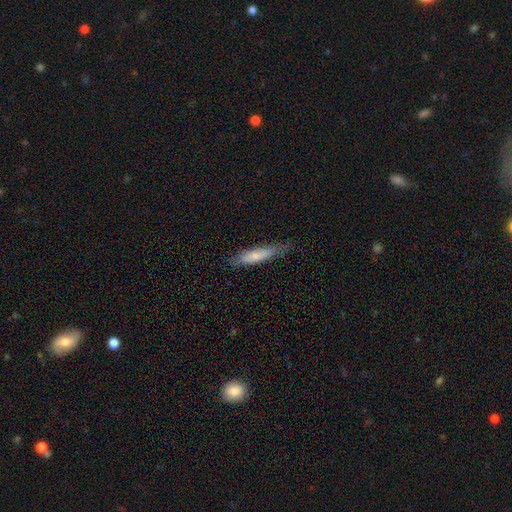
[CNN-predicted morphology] A smooth galaxy with no disk features (70%) that is cigar-shaped (79%). Merging: none (74%).